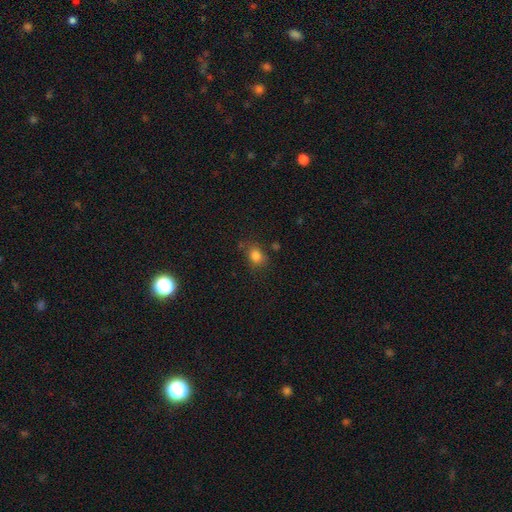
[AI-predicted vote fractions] smooth_or_featured: smooth (p=0.81) [alt: star or artifact p=0.12]
how_rounded: in between (p=0.51) [alt: round p=0.48]
merging: none (p=0.69) [alt: minor disturbance p=0.19]